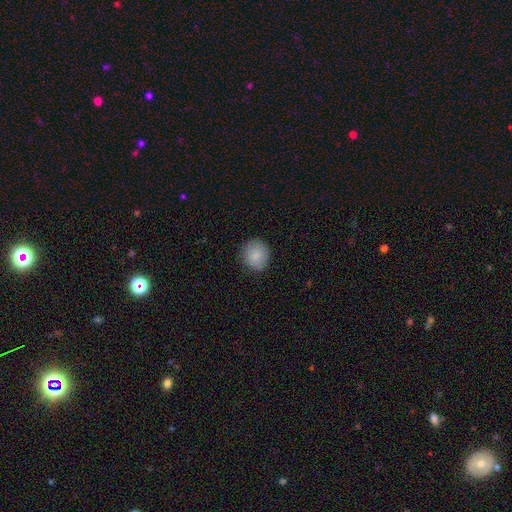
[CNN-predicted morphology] Smooth or featured? Predicted: smooth (p=0.87). How rounded? Predicted: round (p=0.87). Merging? Predicted: none (p=0.85).